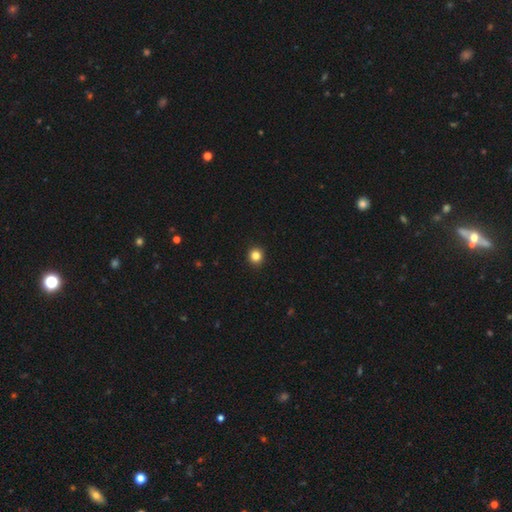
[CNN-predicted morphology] A smooth galaxy with no disk features (84%) that is round (93%). Merging: none (94%).